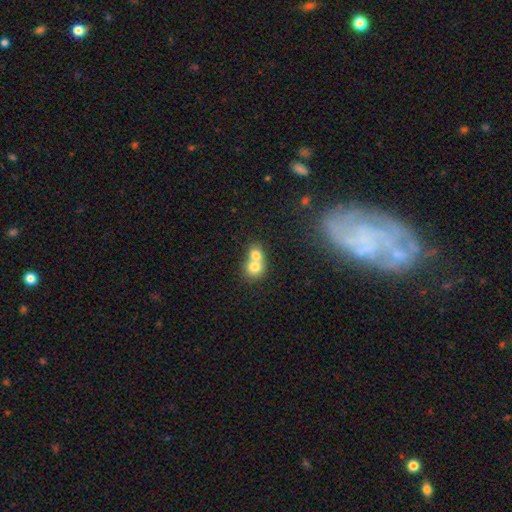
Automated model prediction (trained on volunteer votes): smooth_or_featured: smooth (p=0.73) [alt: featured or disk p=0.18]
how_rounded: round (p=0.67) [alt: in between p=0.32]
merging: merger (p=0.73) [alt: none p=0.20]